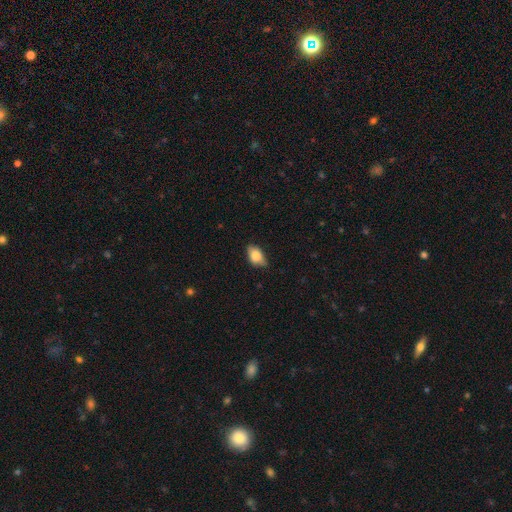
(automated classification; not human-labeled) smooth_or_featured: smooth (p=0.79) [alt: featured or disk p=0.14]
how_rounded: in between (p=0.88) [alt: round p=0.09]
merging: none (p=0.71) [alt: minor disturbance p=0.24]